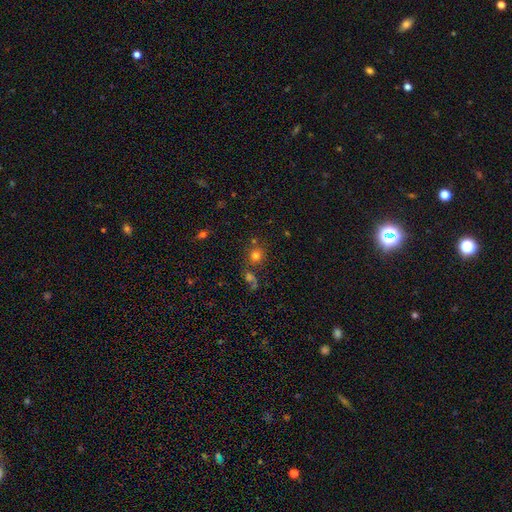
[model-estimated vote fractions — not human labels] Morphology: type=smooth (73%); roundness=round (88%); merging=none (70%).